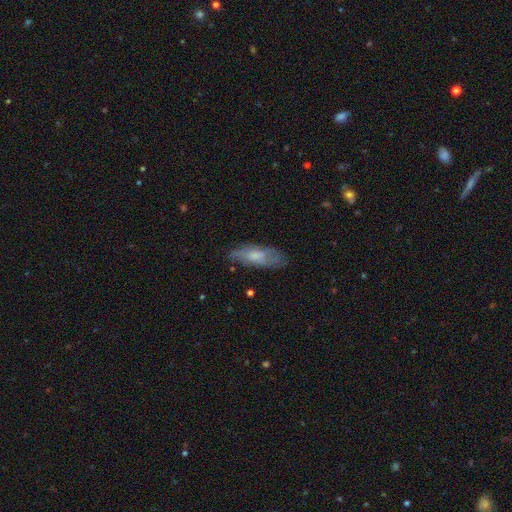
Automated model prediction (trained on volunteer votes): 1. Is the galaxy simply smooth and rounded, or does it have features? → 54% smooth, 40% featured or disk, 7% star or artifact.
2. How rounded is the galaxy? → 65% in between, 33% cigar-shaped, 2% round.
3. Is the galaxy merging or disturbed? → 68% none, 23% minor disturbance, 7% major disturbance, 2% merger.